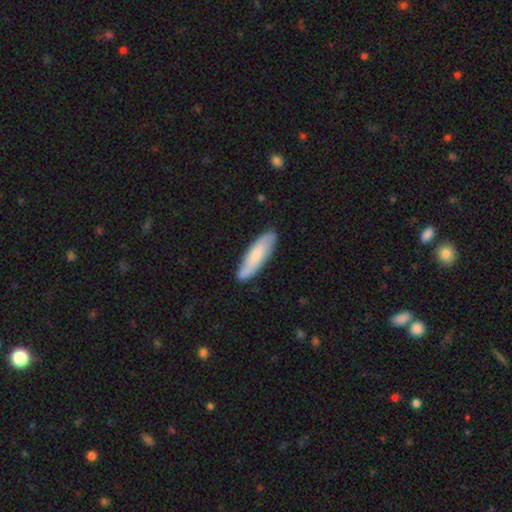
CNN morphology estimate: This appears to be a smooth galaxy with no disk features (62%) that is cigar-shaped (62%). Merging: none (83%).